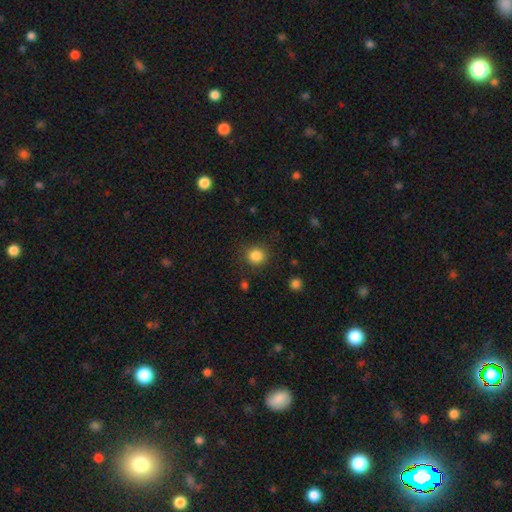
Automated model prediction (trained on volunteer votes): This appears to be a smooth galaxy with no disk features (85%) that is round (89%). Merging: none (86%).